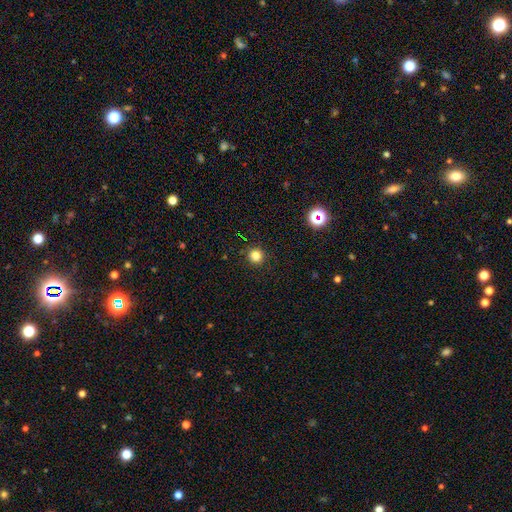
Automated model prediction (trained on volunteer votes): Smooth or featured?
  - smooth: 82% *
  - star or artifact: 14%
  - featured or disk: 4%
How rounded?
  - round: 95% *
  - in between: 4%
  - cigar-shaped: 1%
Merging?
  - none: 92% *
  - minor disturbance: 5%
  - major disturbance: 2%
  - merger: 1%